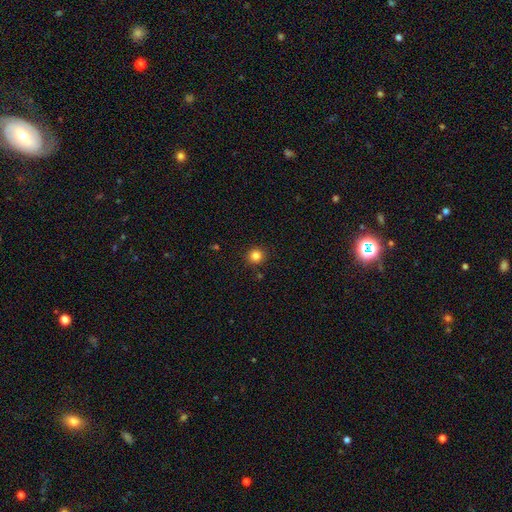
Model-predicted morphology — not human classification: Q: Smooth or featured?
A: smooth (83%); runner-up: star or artifact (12%)
Q: How rounded?
A: round (93%); runner-up: in between (6%)
Q: Merging?
A: none (91%); runner-up: minor disturbance (6%)